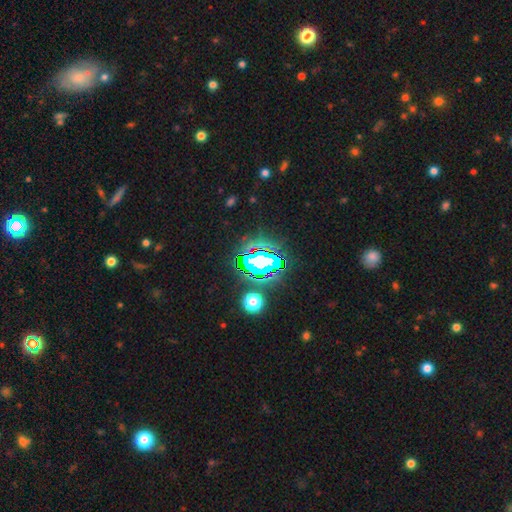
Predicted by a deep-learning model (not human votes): Overall: star or artifact (69%).